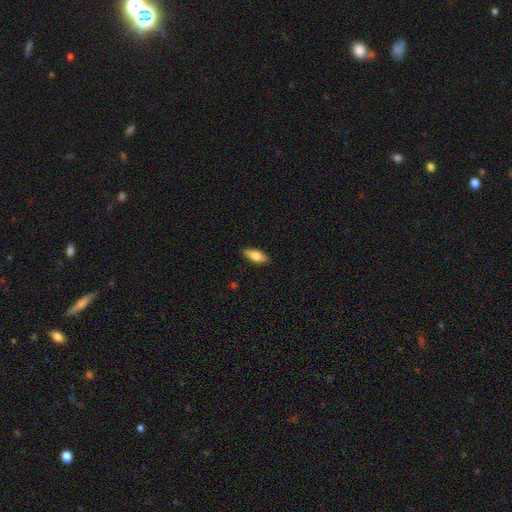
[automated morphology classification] Overall: smooth (74%). How rounded: in between (79%). Merging: none (87%).